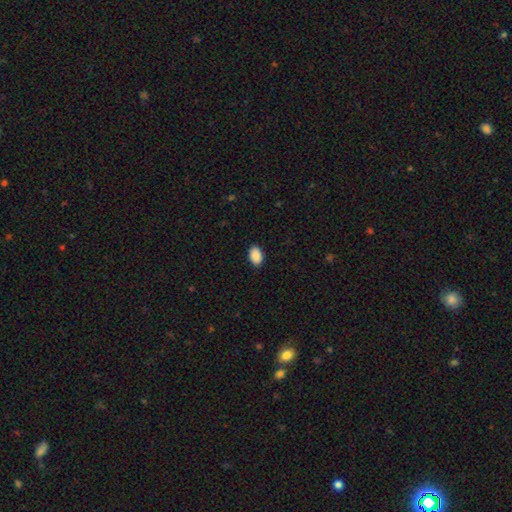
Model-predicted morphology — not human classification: smooth_or_featured: smooth (p=0.90) [alt: star or artifact p=0.07]
how_rounded: in between (p=0.90) [alt: round p=0.09]
merging: none (p=0.89) [alt: minor disturbance p=0.08]